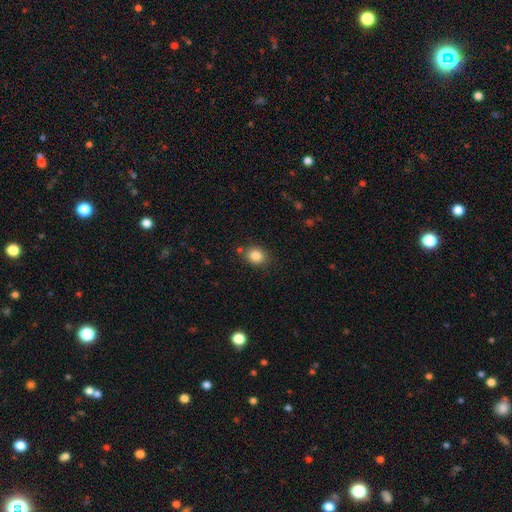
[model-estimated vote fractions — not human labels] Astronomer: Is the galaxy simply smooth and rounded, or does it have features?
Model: smooth — 85%.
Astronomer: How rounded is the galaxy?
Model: round — 60% (runner-up: in between, 40%).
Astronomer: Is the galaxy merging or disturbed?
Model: none — 80%.